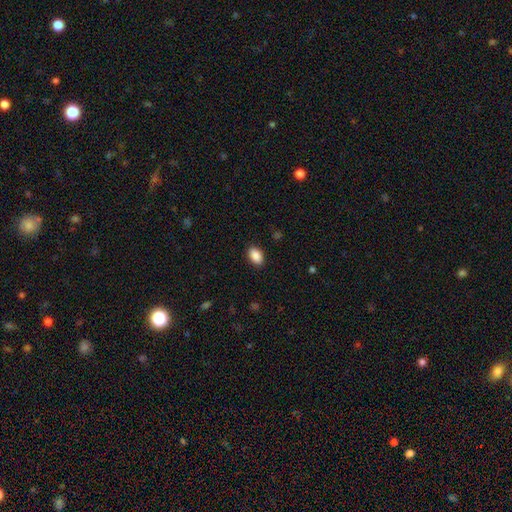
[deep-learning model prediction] Smooth or featured: smooth — 90% (star or artifact — 8%)
How rounded: in between — 90% (round — 9%)
Merging: none — 89% (minor disturbance — 8%)